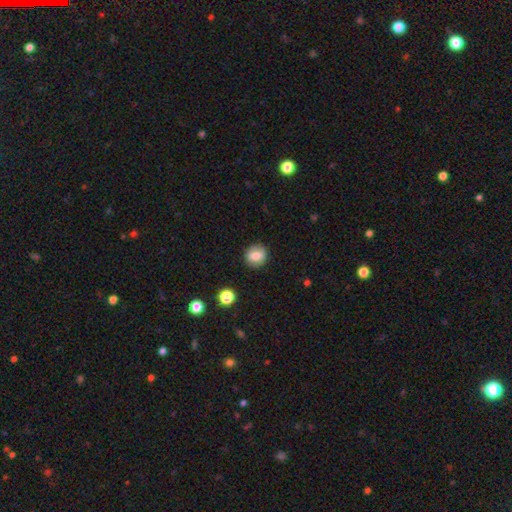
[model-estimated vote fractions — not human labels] Smooth or featured? Predicted: smooth (p=0.76). How rounded? Predicted: round (p=0.81). Merging? Predicted: none (p=0.88).